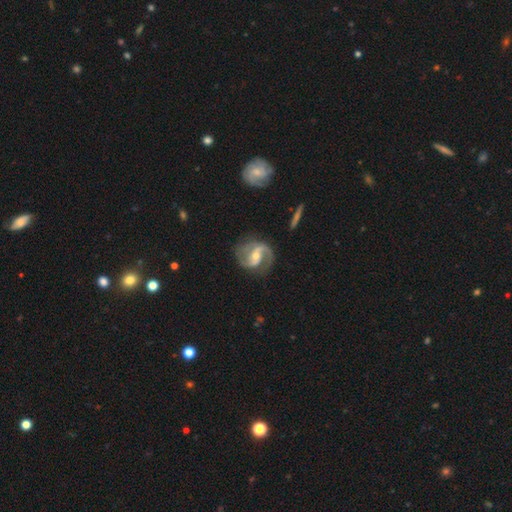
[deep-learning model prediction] Smooth or featured?
  - featured or disk: 91% *
  - smooth: 5%
  - star or artifact: 4%
Edge-on disk?
  - no: 98% *
  - yes: 2%
Bar?
  - weak: 44% *
  - strong: 29%
  - no: 27%
Spiral arms?
  - yes: 98% *
  - no: 2%
Spiral winding?
  - medium: 56% *
  - loose: 28%
  - tight: 16%
Spiral arm count?
  - 2: 91% *
  - 1: 3%
  - can't tell: 2%
  - 3: 2%
  - 4: 1%
  - more than 4: 1%
Bulge size?
  - moderate: 57% *
  - small: 39%
  - large: 2%
  - none: 1%
  - dominant: 1%
Merging?
  - none: 75% *
  - minor disturbance: 16%
  - major disturbance: 7%
  - merger: 2%